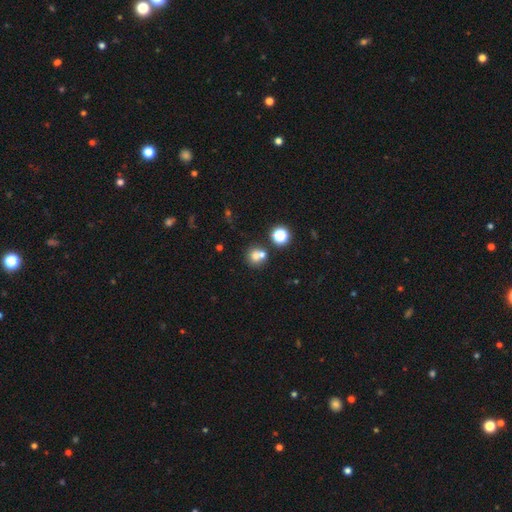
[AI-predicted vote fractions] Q: Smooth or featured?
A: smooth (68%); runner-up: star or artifact (17%)
Q: How rounded?
A: round (83%); runner-up: in between (16%)
Q: Merging?
A: none (46%); runner-up: merger (42%)